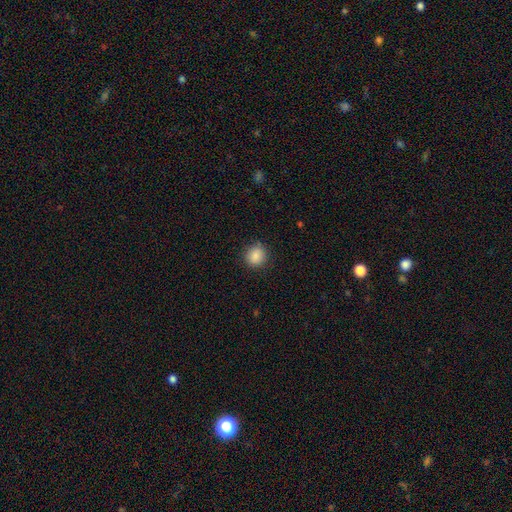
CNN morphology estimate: smooth 88%, star or artifact 9%, featured or disk 3%. Down the decision tree: how rounded — round (83%); merging — none (88%).